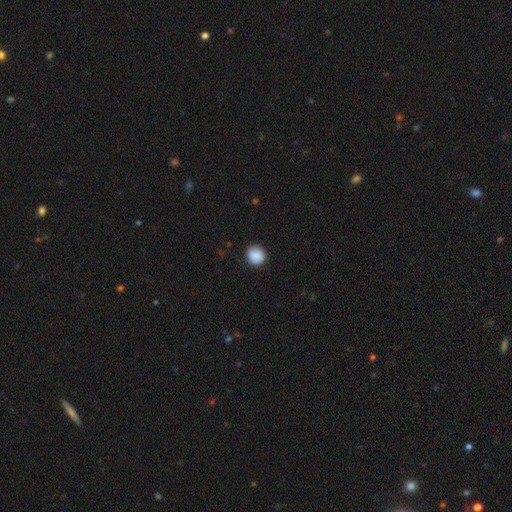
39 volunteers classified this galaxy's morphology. Volunteers were most divided on "merging": none: 95%, minor disturbance: 5%, major disturbance: 0%, merger: 0%. More confident: how rounded — round (97%); smooth or featured — smooth (95%).